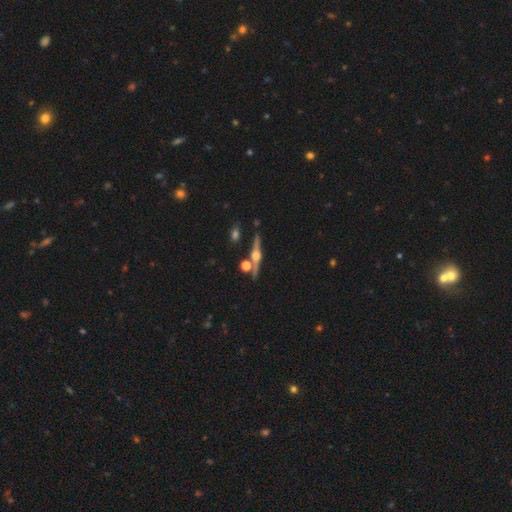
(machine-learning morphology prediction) This appears to be a featured or disk galaxy (81%) viewed edge-on (97%) with a rounded central bulge (93%). Merging: none (80%).